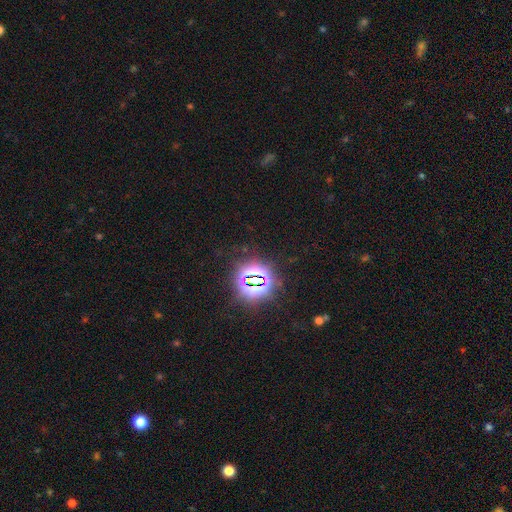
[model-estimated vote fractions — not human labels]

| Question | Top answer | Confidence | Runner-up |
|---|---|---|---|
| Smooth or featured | star or artifact | 82% | smooth (12%) |